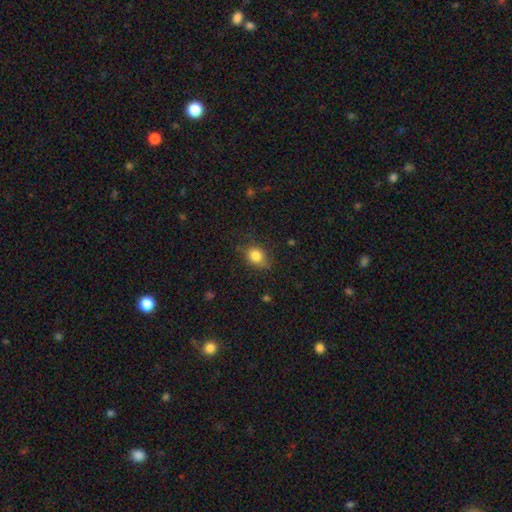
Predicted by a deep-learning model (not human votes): Smooth or featured? smooth (83%)
How rounded? round (56%)
Merging? none (72%)